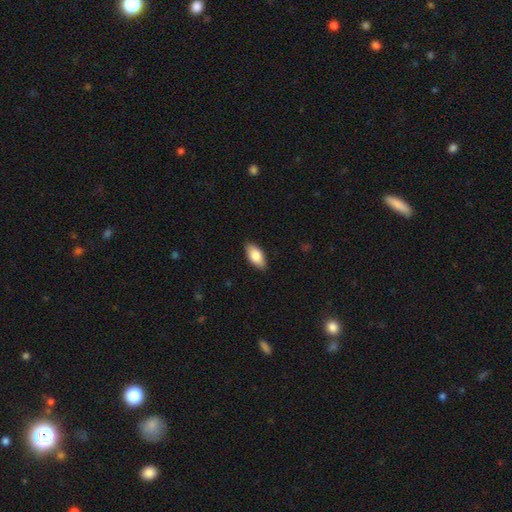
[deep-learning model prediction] This appears to be a smooth galaxy with no disk features (81%) that is in between round and cigar-shaped (90%). Merging: none (88%).